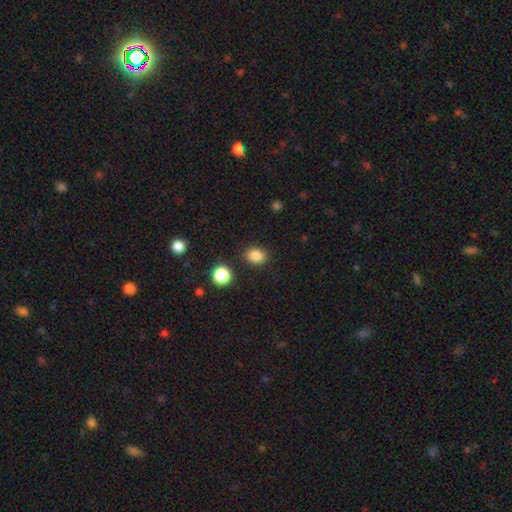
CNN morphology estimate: smooth 84%, star or artifact 11%, featured or disk 5%. Down the decision tree: how rounded — round (50%); merging — none (86%).